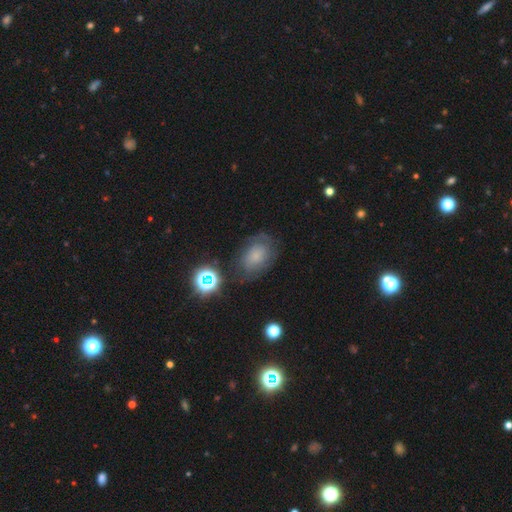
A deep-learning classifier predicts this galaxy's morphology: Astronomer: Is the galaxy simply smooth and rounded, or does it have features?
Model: smooth — 51% (runner-up: featured or disk, 32%).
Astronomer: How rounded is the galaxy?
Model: in between — 74%.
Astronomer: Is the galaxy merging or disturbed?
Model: none — 64%.